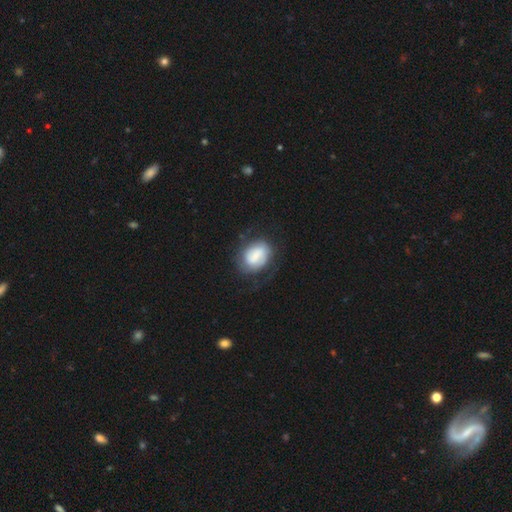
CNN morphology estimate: Smooth or featured: smooth — 49% (featured or disk — 43%)
Merging: none — 60% (minor disturbance — 22%)